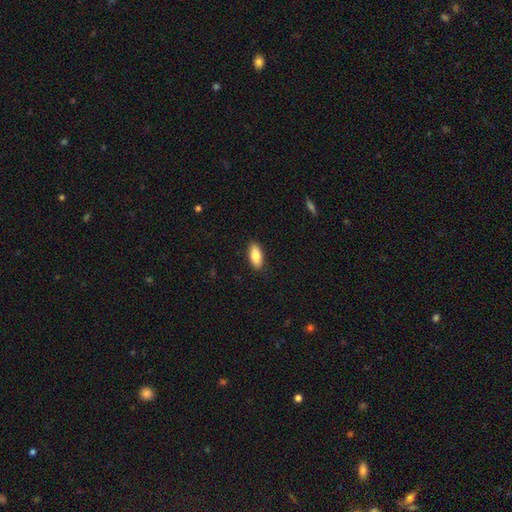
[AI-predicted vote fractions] Smooth or featured? Predicted: smooth (p=0.83). How rounded? Predicted: in between (p=0.84). Merging? Predicted: none (p=0.89).